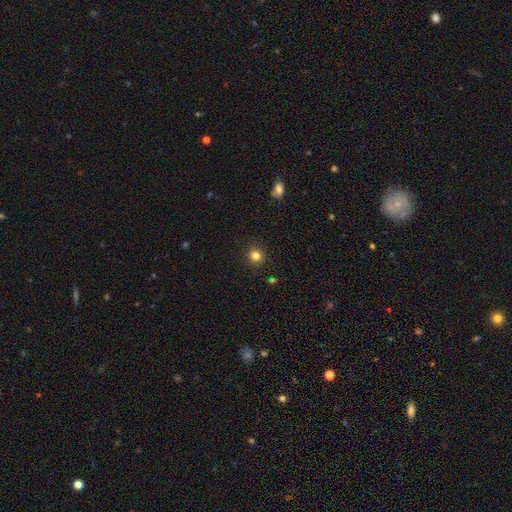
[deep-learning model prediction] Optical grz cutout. It shows a smooth galaxy with no disk features (81%) that is round (92%). Merging: none (92%).